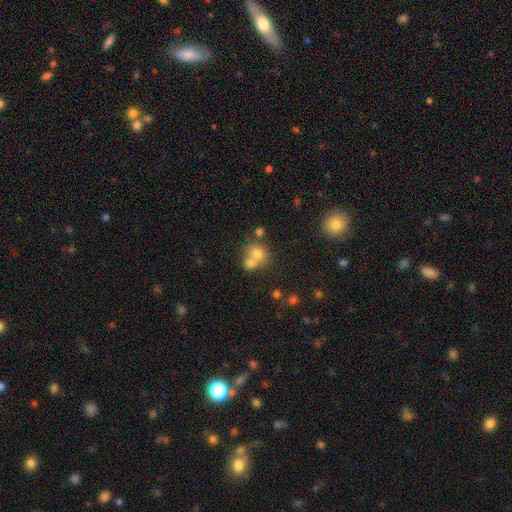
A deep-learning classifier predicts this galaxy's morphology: Overall: smooth (73%). How rounded: round (70%). Merging: merger (54%; none 35%).